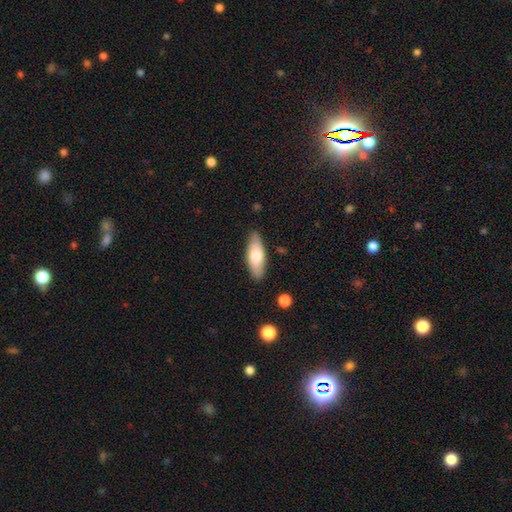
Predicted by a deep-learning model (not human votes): Smooth or featured? Predicted: smooth (p=0.70). How rounded? Predicted: in between (p=0.71). Merging? Predicted: none (p=0.84).